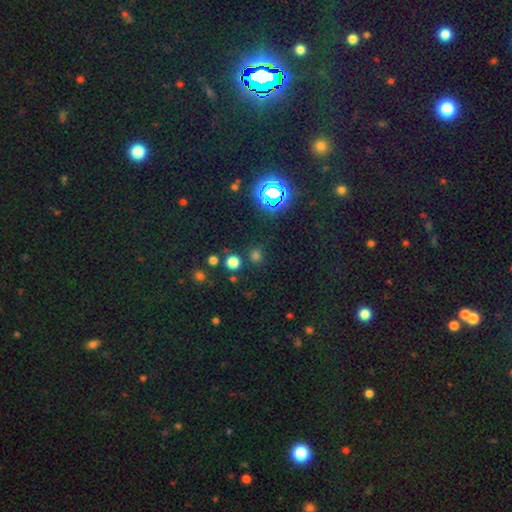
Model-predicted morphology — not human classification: Smooth or featured? smooth (58%)
How rounded? round (90%)
Merging? none (85%)